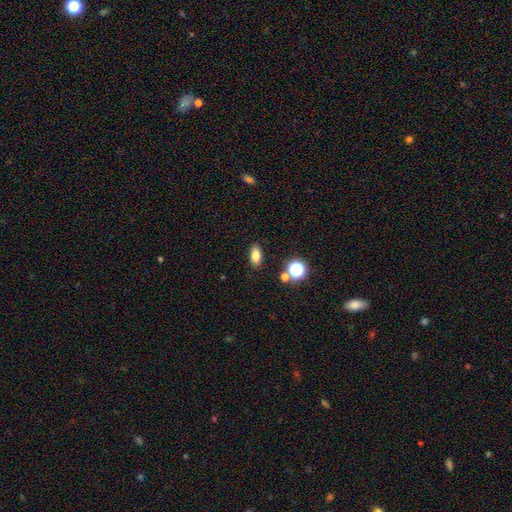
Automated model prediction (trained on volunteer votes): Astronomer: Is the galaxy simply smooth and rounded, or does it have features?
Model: smooth — 78%.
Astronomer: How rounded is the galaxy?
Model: in between — 84%.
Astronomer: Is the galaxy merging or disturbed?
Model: none — 87%.